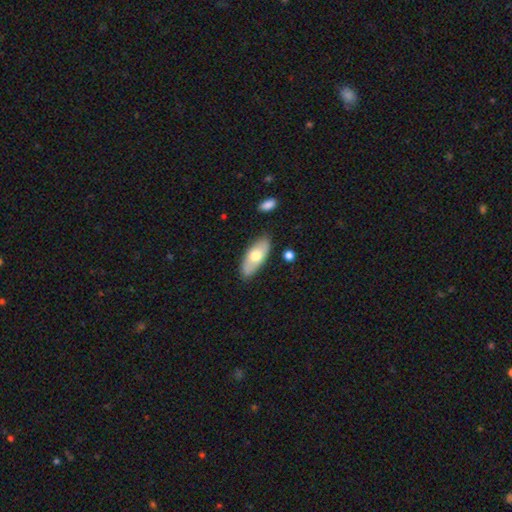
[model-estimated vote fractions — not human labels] Smooth or featured? smooth (61%)
How rounded? in between (86%)
Merging? none (83%)